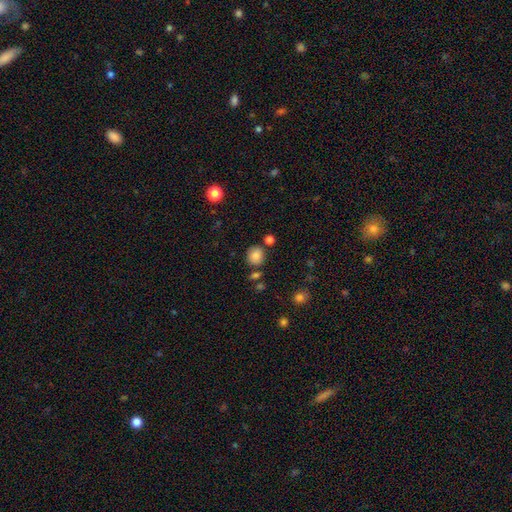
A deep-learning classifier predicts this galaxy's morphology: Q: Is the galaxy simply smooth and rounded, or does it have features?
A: smooth — 84%.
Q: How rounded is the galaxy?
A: round — 80%.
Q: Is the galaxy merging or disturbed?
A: none — 76%.